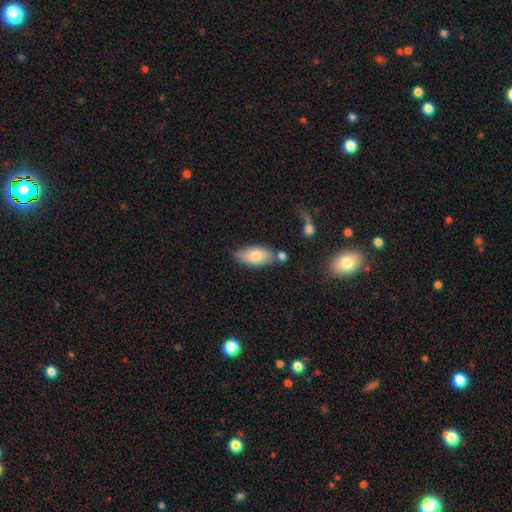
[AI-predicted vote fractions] smooth_or_featured: smooth (p=0.78) [alt: featured or disk p=0.15]
how_rounded: in between (p=0.90) [alt: cigar-shaped p=0.07]
merging: none (p=0.69) [alt: minor disturbance p=0.18]